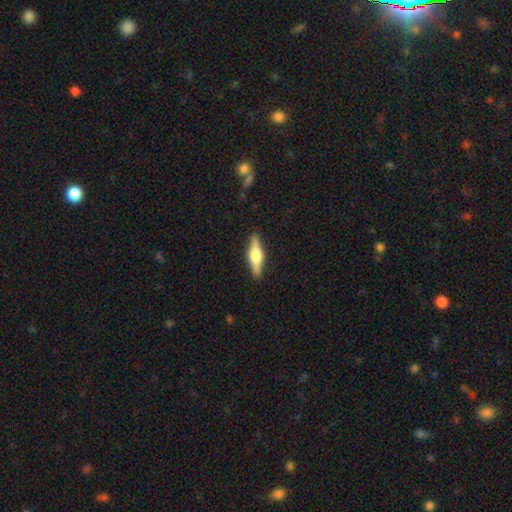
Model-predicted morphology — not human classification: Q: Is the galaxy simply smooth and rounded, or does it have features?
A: featured or disk — 59%.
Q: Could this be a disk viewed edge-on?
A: yes — 96%.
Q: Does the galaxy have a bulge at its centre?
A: rounded — 92%.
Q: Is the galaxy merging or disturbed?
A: none — 90%.